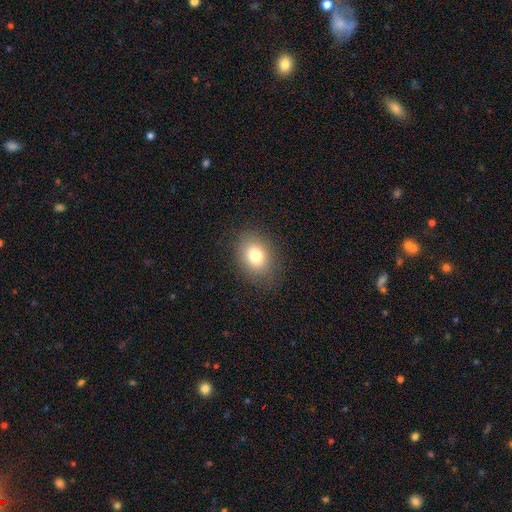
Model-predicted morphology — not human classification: Smooth or featured? smooth (78%)
How rounded? in between (66%)
Merging? none (84%)